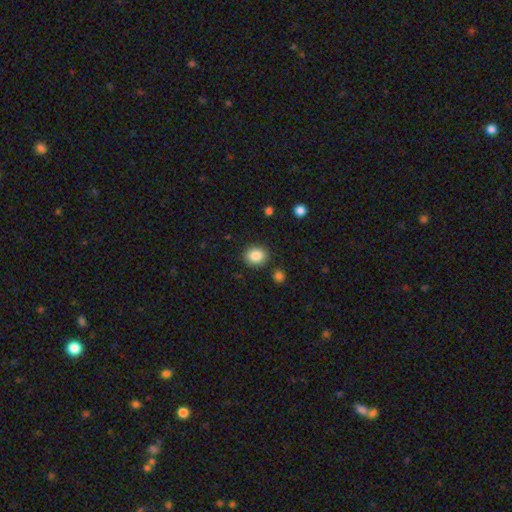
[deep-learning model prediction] Q: Smooth or featured?
A: smooth (86%); runner-up: star or artifact (9%)
Q: How rounded?
A: round (70%); runner-up: in between (29%)
Q: Merging?
A: none (87%); runner-up: minor disturbance (8%)